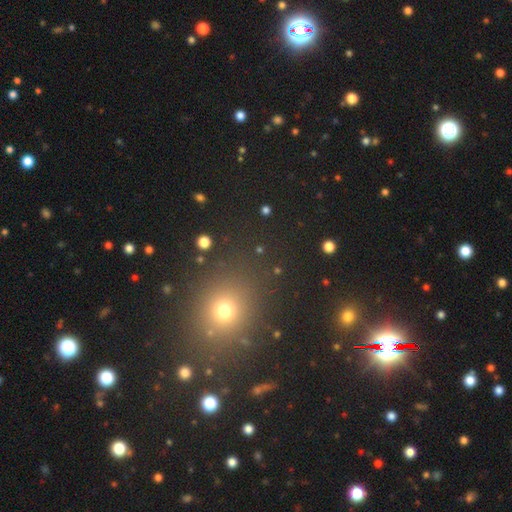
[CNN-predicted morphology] This is possibly a smooth galaxy (50%). How rounded: likely round (73%). Merging: clearly none (87%).